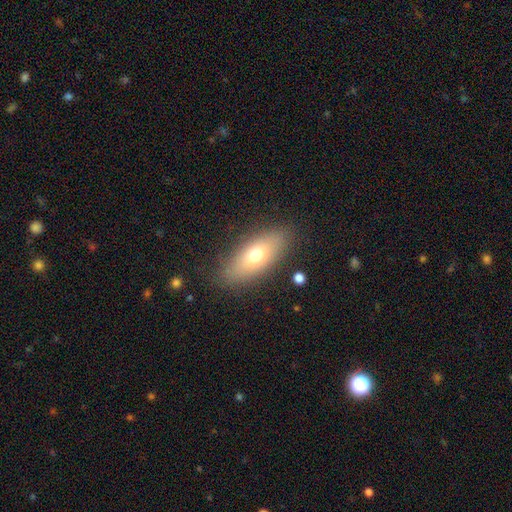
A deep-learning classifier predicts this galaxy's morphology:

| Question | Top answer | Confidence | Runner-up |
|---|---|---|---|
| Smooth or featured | smooth | 66% | featured or disk (25%) |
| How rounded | in between | 77% | cigar-shaped (19%) |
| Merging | none | 84% | minor disturbance (11%) |